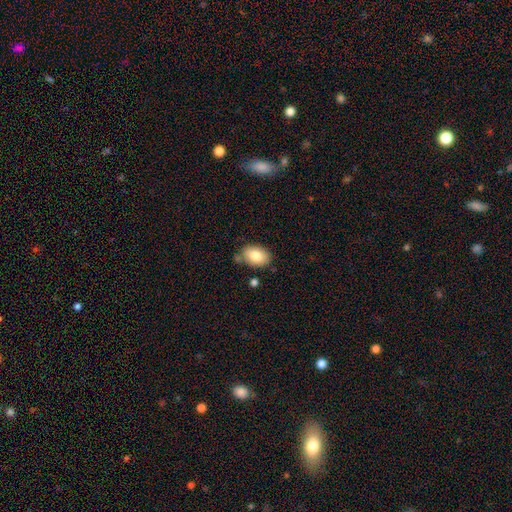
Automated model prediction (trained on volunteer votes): A smooth galaxy with no disk features (82%) that is in between round and cigar-shaped (85%).

Vote fractions:
- Smooth or featured? smooth: 82% / featured or disk: 11% / star or artifact: 7%
- How rounded? in between: 85% / round: 14% / cigar-shaped: 1%
- Merging? none: 72% / minor disturbance: 18% / merger: 6% / major disturbance: 4%